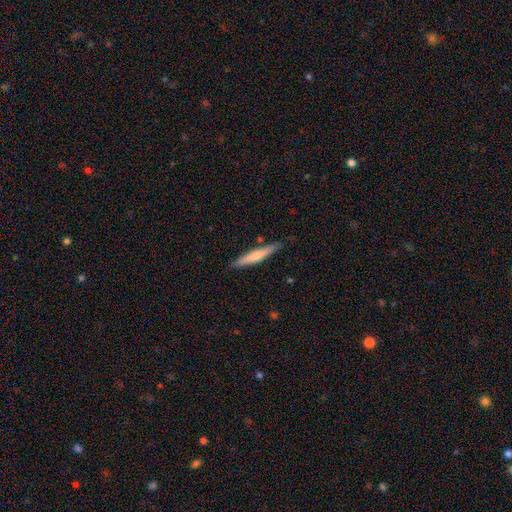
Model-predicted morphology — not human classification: smooth-or-featured: smooth: 57% | featured or disk: 37% | star or artifact: 5%
  how-rounded: cigar-shaped: 93% | in between: 6% | round: 1%
  merging: none: 84% | minor disturbance: 12% | major disturbance: 2% | merger: 2%